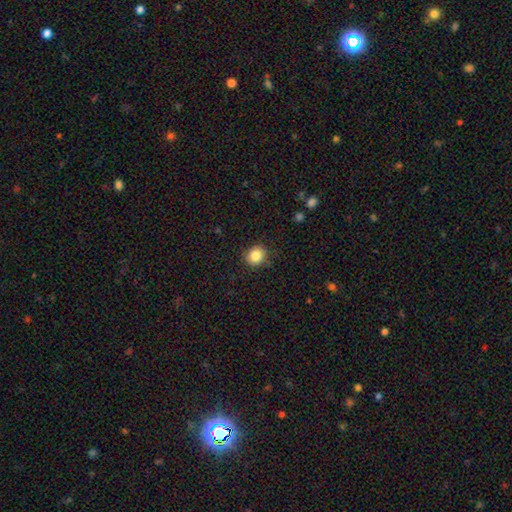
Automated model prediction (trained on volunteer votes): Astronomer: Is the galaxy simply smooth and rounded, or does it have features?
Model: smooth — 85%.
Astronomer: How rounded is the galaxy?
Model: round — 78%.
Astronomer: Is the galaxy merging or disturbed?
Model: none — 87%.